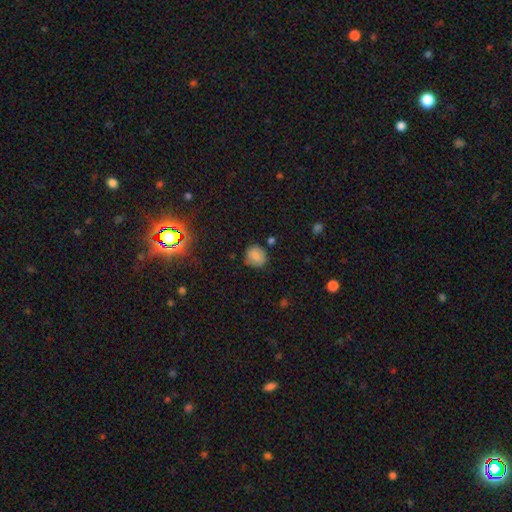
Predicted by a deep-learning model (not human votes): Smooth or featured? Predicted: smooth (p=0.82). How rounded? Predicted: round (p=0.80). Merging? Predicted: none (p=0.76).